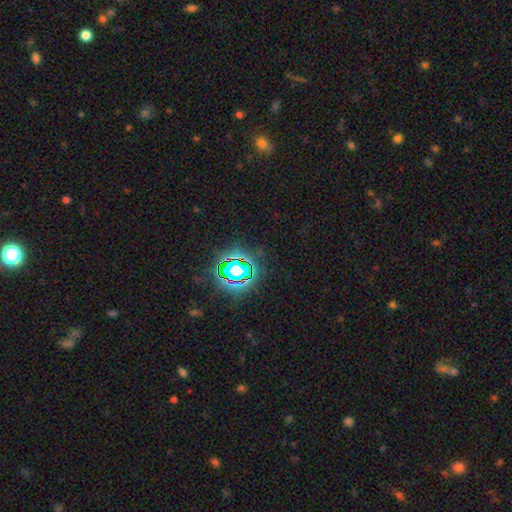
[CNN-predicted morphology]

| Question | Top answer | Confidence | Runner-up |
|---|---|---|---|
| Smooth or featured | star or artifact | 80% | smooth (13%) |